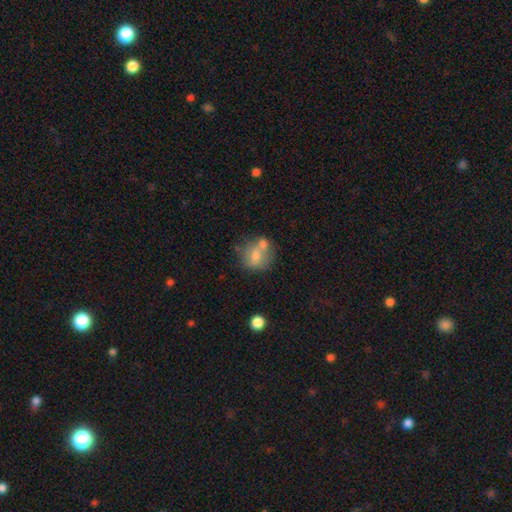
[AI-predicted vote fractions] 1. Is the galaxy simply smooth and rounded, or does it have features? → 65% smooth, 25% featured or disk, 10% star or artifact.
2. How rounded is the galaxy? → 70% round, 29% in between, 1% cigar-shaped.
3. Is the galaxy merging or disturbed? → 41% none, 40% merger, 13% minor disturbance, 5% major disturbance.